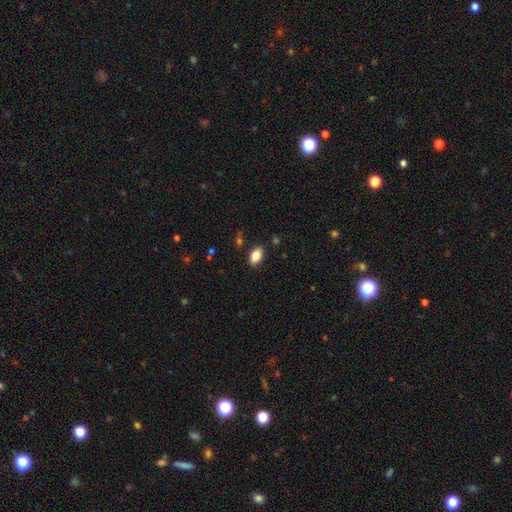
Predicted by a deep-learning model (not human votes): A smooth galaxy with no disk features (83%) that is in between round and cigar-shaped (91%). Merging: none (87%).